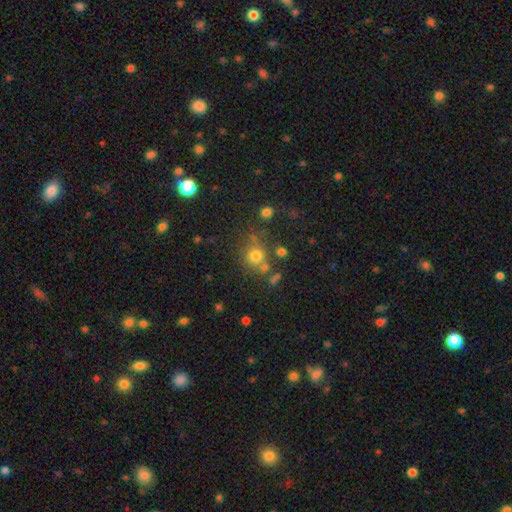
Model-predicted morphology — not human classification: Smooth or featured: smooth — 73% (star or artifact — 18%)
How rounded: round — 88% (in between — 11%)
Merging: none — 69% (merger — 14%)